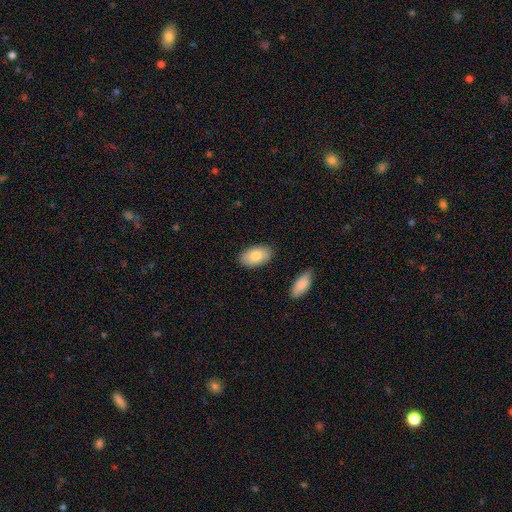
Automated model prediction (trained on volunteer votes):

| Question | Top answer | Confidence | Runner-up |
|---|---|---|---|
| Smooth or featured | smooth | 82% | featured or disk (12%) |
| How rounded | in between | 94% | round (4%) |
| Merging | none | 85% | minor disturbance (11%) |